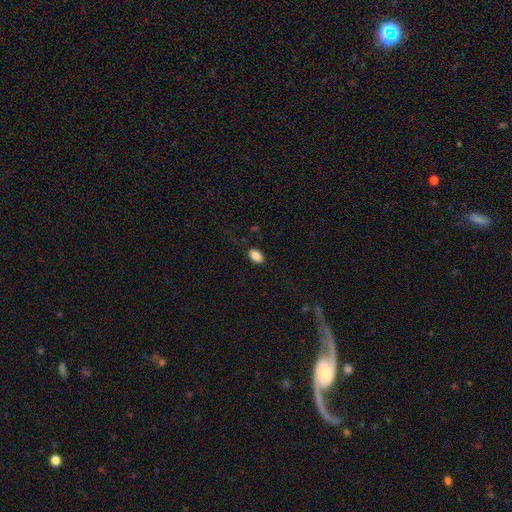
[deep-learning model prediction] Smooth or featured? smooth (86%)
How rounded? in between (90%)
Merging? none (86%)